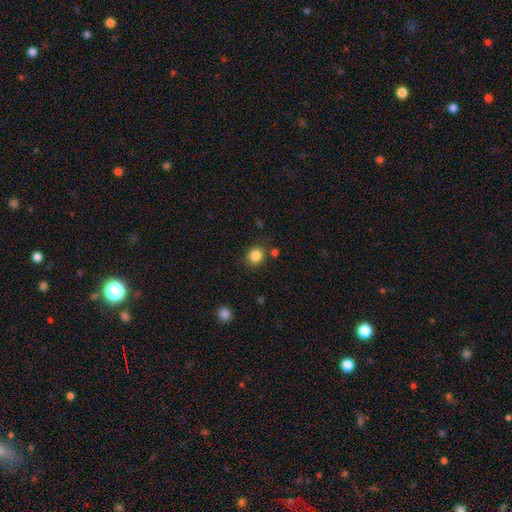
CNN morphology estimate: type=smooth (85%); roundness=round (87%); merging=none (84%).